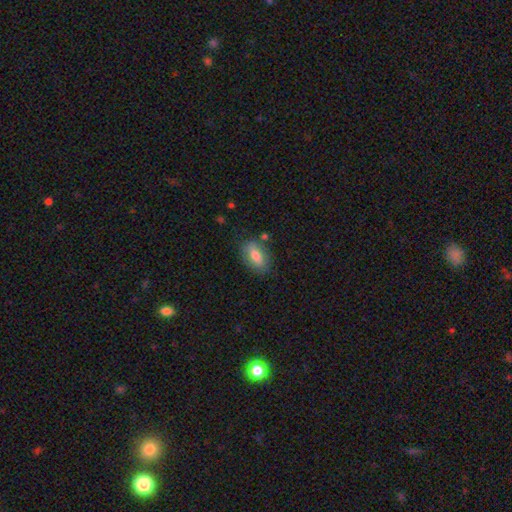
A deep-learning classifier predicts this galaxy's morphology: Q: Smooth or featured?
A: smooth (72%); runner-up: featured or disk (20%)
Q: How rounded?
A: in between (85%); runner-up: cigar-shaped (9%)
Q: Merging?
A: none (78%); runner-up: minor disturbance (15%)